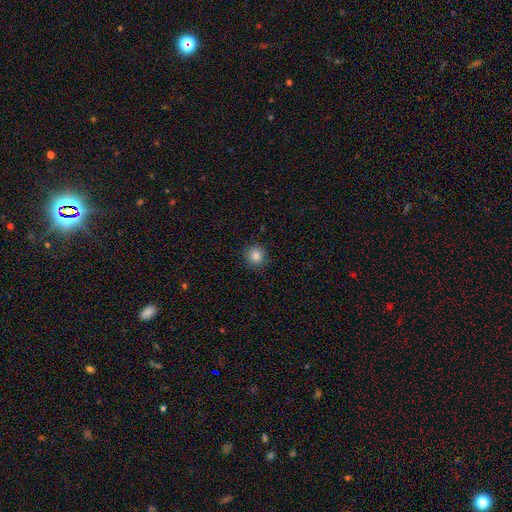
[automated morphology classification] This appears to be a smooth galaxy with no disk features (85%) that is round (90%). Merging: none (89%).